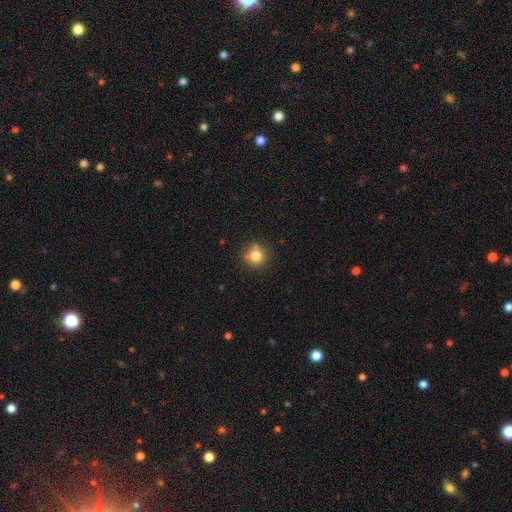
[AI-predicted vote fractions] The model was most divided on "merging": none: 76%, minor disturbance: 14%, merger: 7%, major disturbance: 3%. More confident: how rounded — round (91%); smooth or featured — smooth (81%).